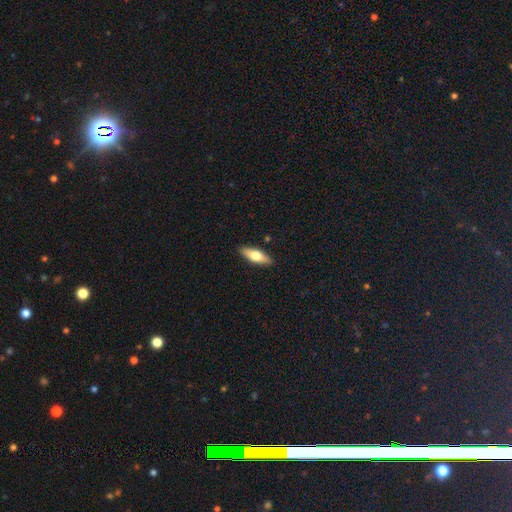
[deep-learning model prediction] Smooth or featured?
  - smooth: 59% *
  - featured or disk: 36%
  - star or artifact: 6%
How rounded?
  - in between: 61% *
  - cigar-shaped: 37%
  - round: 3%
Merging?
  - none: 89% *
  - minor disturbance: 8%
  - major disturbance: 2%
  - merger: 1%